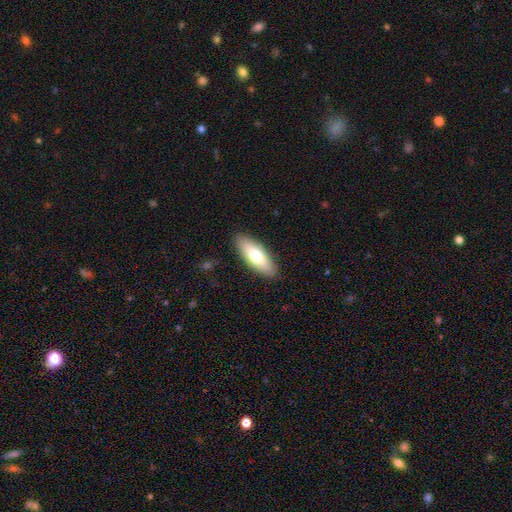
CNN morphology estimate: Smooth or featured: smooth — 69% (featured or disk — 25%)
How rounded: in between — 64% (cigar-shaped — 34%)
Merging: none — 88% (minor disturbance — 9%)